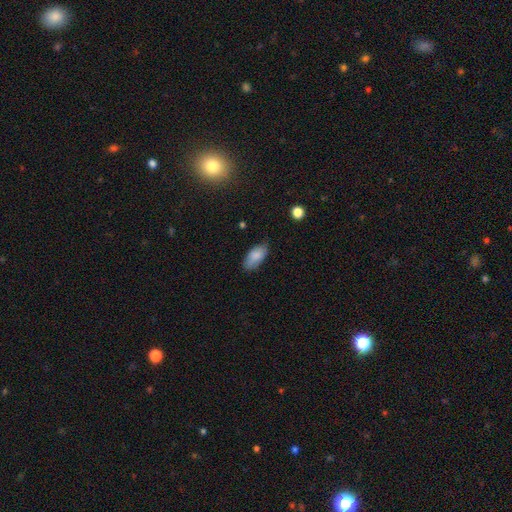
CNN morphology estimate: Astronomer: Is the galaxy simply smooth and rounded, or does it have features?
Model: smooth — 85%.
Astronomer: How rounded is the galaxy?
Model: in between — 92%.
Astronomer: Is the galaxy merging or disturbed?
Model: none — 75%.